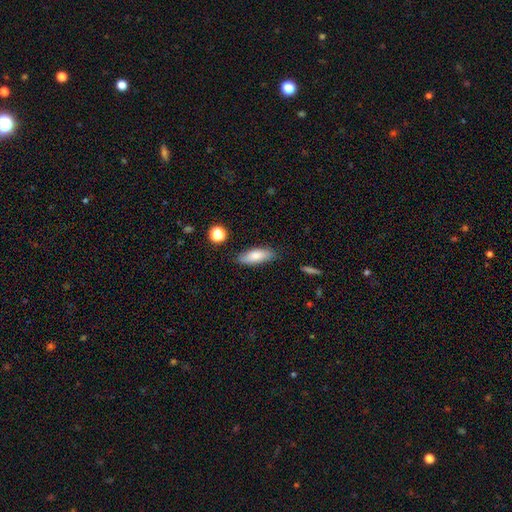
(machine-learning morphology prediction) A smooth galaxy with no disk features (79%) that is in between round and cigar-shaped (68%).

Vote fractions:
- Smooth or featured? smooth: 79% / featured or disk: 14% / star or artifact: 7%
- How rounded? in between: 68% / cigar-shaped: 29% / round: 2%
- Merging? none: 81% / minor disturbance: 14% / major disturbance: 3% / merger: 2%